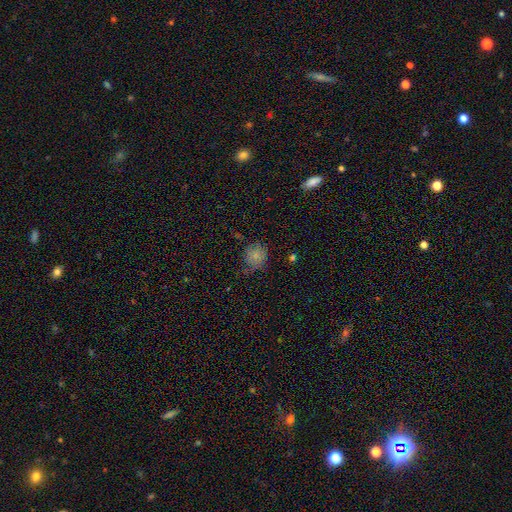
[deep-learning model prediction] smooth_or_featured: smooth (p=0.76) [alt: star or artifact p=0.12]
how_rounded: round (p=0.81) [alt: in between p=0.18]
merging: none (p=0.69) [alt: minor disturbance p=0.23]